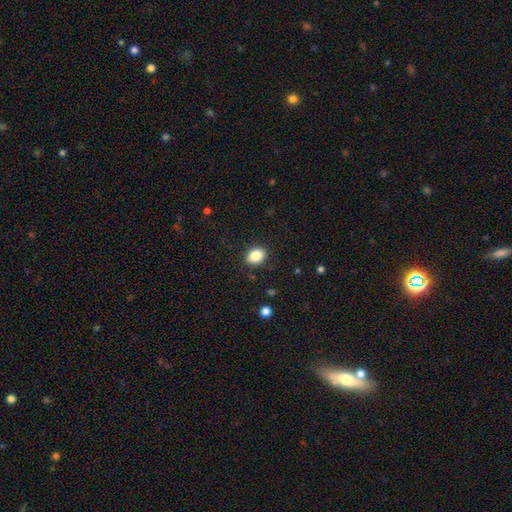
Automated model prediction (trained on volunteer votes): smooth 86%, star or artifact 9%, featured or disk 5%. Down the decision tree: how rounded — in between (64%); merging — none (89%).